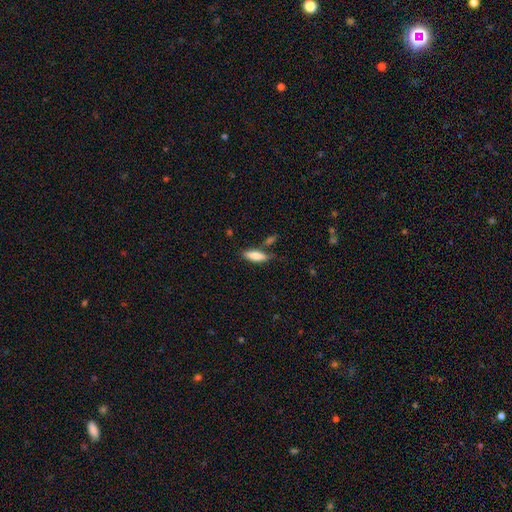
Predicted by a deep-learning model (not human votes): A smooth galaxy with no disk features (81%) that is in between round and cigar-shaped (62%). Merging: none (64%).